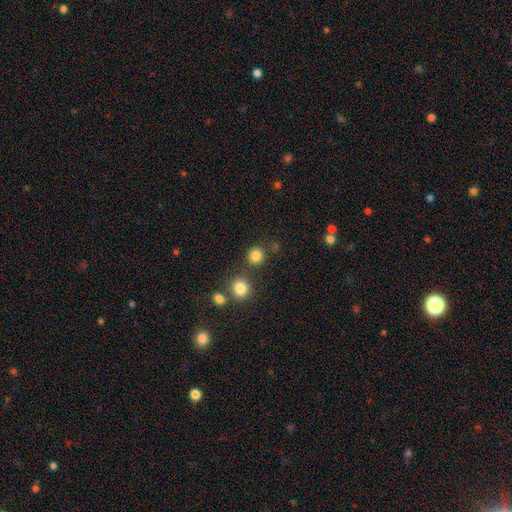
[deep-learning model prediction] smooth-or-featured: smooth: 83% | star or artifact: 13% | featured or disk: 4%
  how-rounded: round: 91% | in between: 8% | cigar-shaped: 1%
  merging: none: 81% | merger: 9% | minor disturbance: 7% | major disturbance: 3%